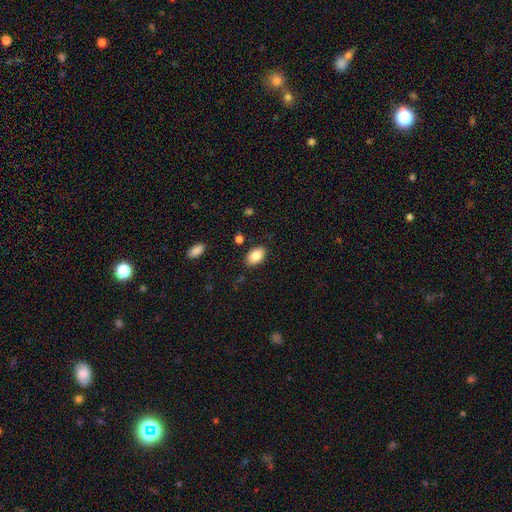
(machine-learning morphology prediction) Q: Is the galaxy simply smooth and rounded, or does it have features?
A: smooth — 85%.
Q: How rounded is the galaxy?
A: in between — 91%.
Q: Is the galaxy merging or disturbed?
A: none — 85%.